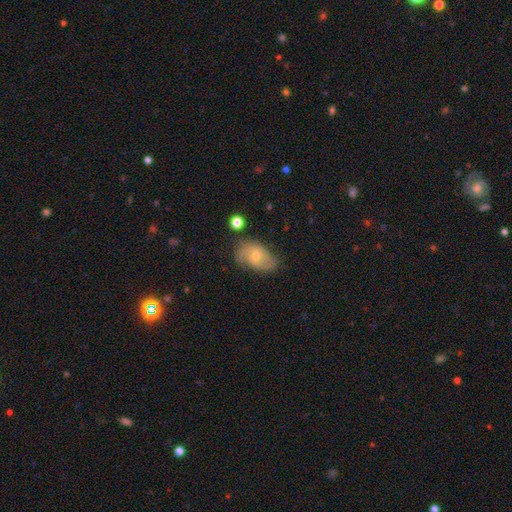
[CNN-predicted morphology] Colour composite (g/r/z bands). It shows a featured or disk galaxy (67%) with no bar (58%), 2 (59%) medium (44%) spiral arms (87%) and a small central bulge (51%). Merging: none (67%).